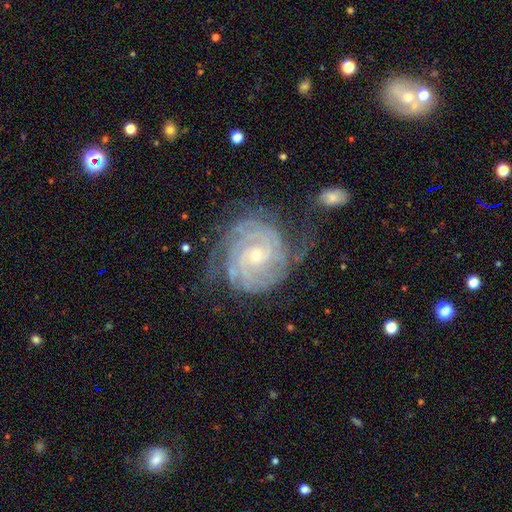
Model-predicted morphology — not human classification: smooth_or_featured: featured or disk (p=0.89) [alt: star or artifact p=0.06]
disk_edge_on: no (p=0.97) [alt: yes p=0.03]
bar: no (p=0.70) [alt: weak p=0.24]
has_spiral_arms: yes (p=0.97) [alt: no p=0.03]
spiral_winding: tight (p=0.77) [alt: medium p=0.19]
spiral_arm_count: can't tell (p=0.28) [alt: 2 p=0.25]
bulge_size: small (p=0.71) [alt: moderate p=0.26]
merging: none (p=0.58) [alt: minor disturbance p=0.23]